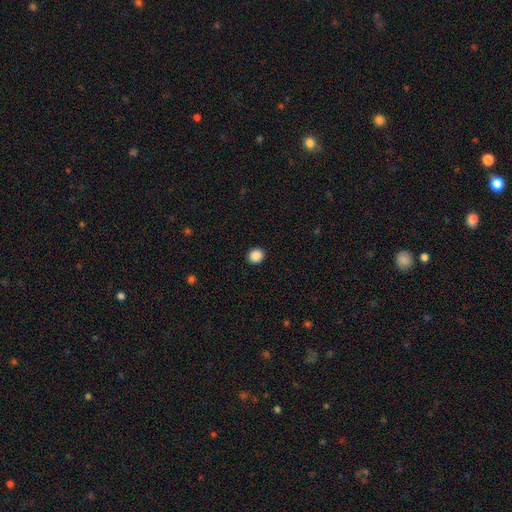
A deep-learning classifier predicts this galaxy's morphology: Q: Smooth or featured?
A: smooth (88%); runner-up: star or artifact (9%)
Q: How rounded?
A: round (87%); runner-up: in between (12%)
Q: Merging?
A: none (92%); runner-up: minor disturbance (5%)